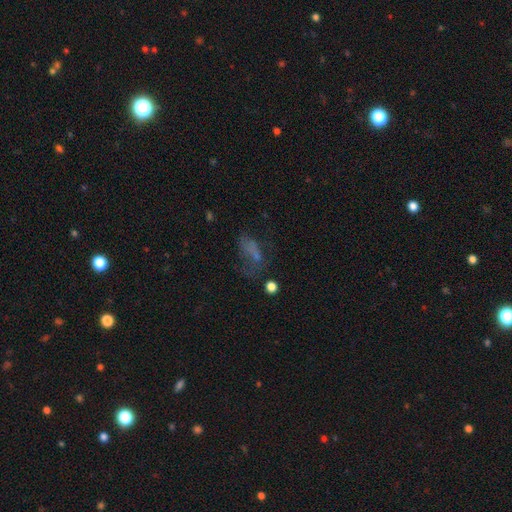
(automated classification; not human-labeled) Smooth or featured? smooth (45%)
Merging? major disturbance (37%)